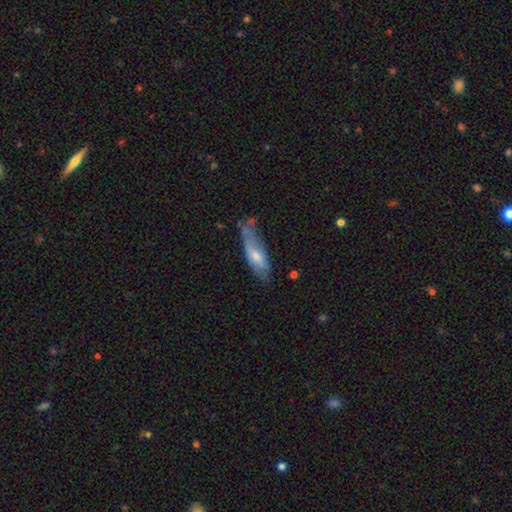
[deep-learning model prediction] smooth 55%, featured or disk 38%, star or artifact 7%. Down the decision tree: how rounded — cigar-shaped (52%); merging — none (42%).